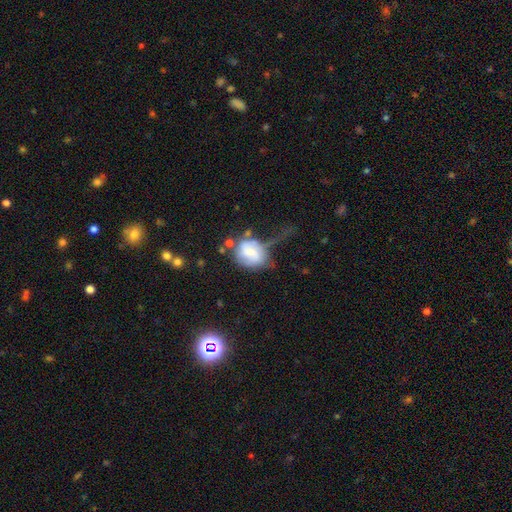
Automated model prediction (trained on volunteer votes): Overall: smooth (50%; featured or disk 42%). Merging: major disturbance (40%; minor disturbance 25%).